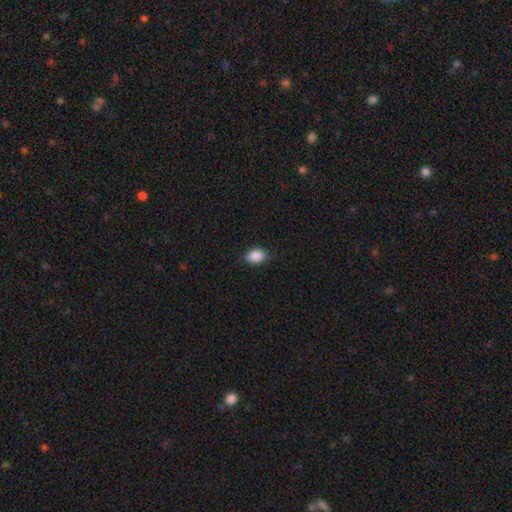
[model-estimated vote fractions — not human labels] The model was most divided on "how rounded": in between: 81%, round: 17%, cigar-shaped: 1%. More confident: smooth or featured — smooth (89%); merging — none (87%).